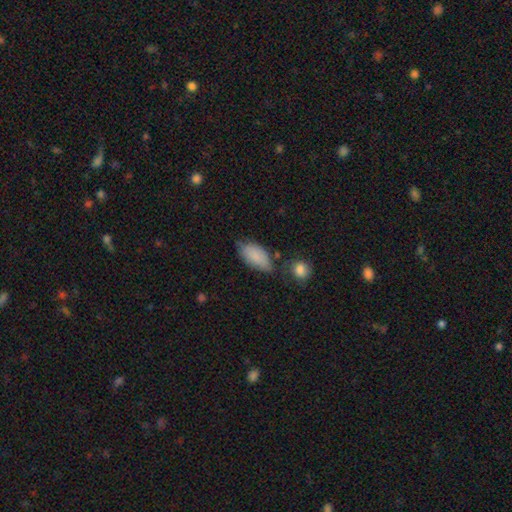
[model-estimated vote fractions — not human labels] This appears to be a smooth galaxy with no disk features (86%) that is in between round and cigar-shaped (93%). Merging: none (59%).